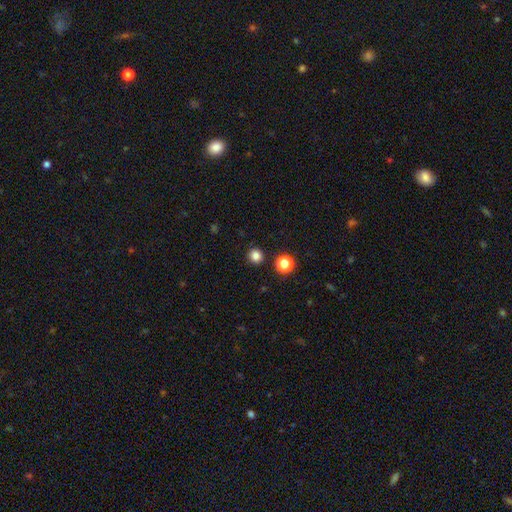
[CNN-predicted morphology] A smooth galaxy with no disk features (83%) that is round (93%). Merging: none (91%).